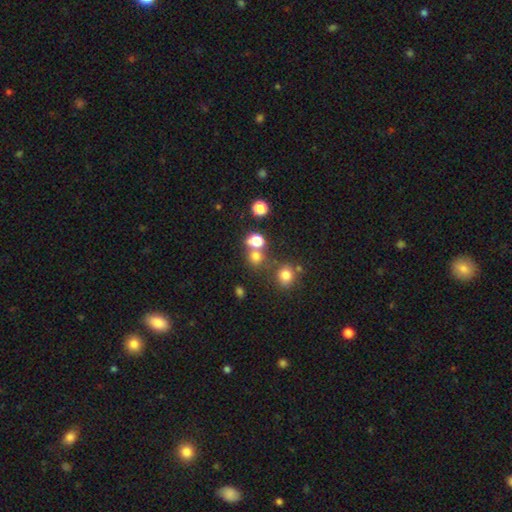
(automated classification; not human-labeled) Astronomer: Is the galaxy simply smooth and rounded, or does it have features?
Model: smooth — 71%.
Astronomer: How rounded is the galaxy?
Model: round — 80%.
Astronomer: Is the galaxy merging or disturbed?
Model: none — 55% (runner-up: merger, 31%).